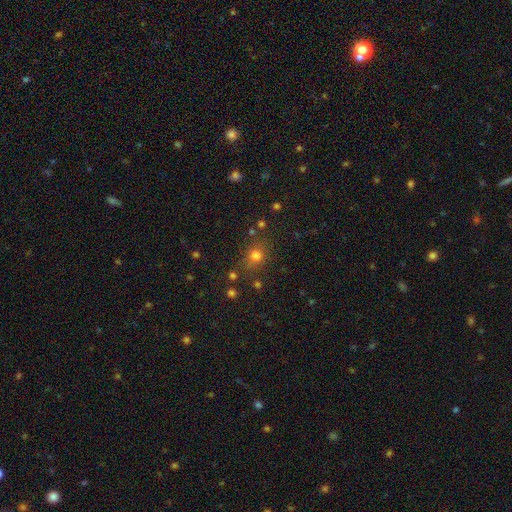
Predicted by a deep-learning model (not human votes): Overall: smooth (73%). How rounded: round (75%). Merging: none (74%).